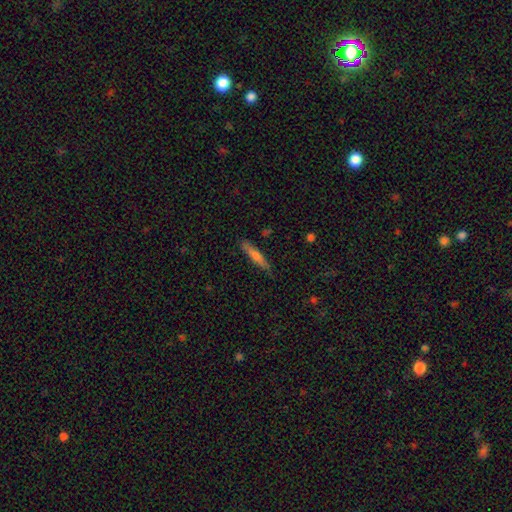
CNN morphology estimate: This appears to be a smooth galaxy with no disk features (59%) that is cigar-shaped (90%). Merging: none (85%).